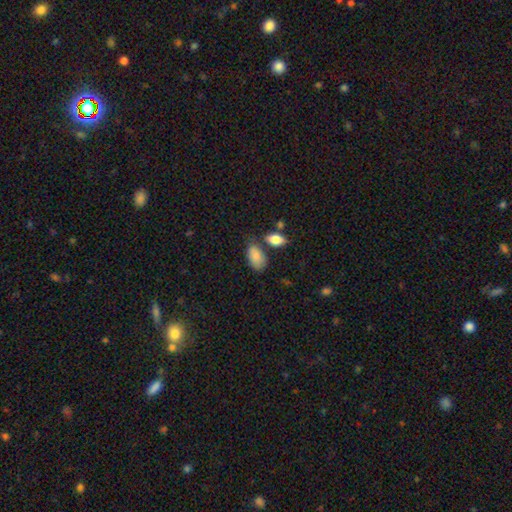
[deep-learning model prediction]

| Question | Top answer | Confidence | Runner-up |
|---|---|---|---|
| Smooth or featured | smooth | 85% | featured or disk (9%) |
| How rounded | in between | 93% | round (5%) |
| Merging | none | 59% | minor disturbance (22%) |